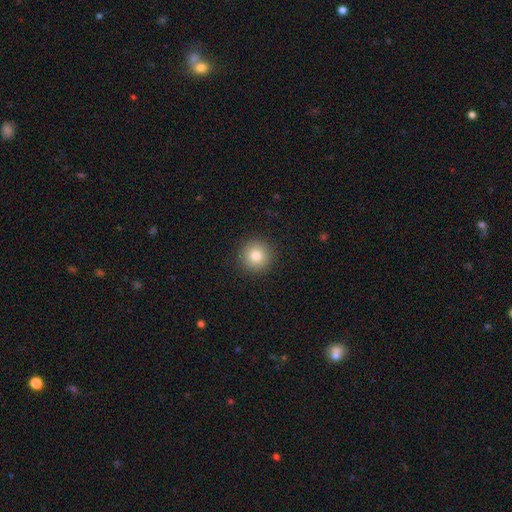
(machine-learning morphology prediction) Smooth or featured? Predicted: smooth (p=0.81). How rounded? Predicted: round (p=0.95). Merging? Predicted: none (p=0.92).